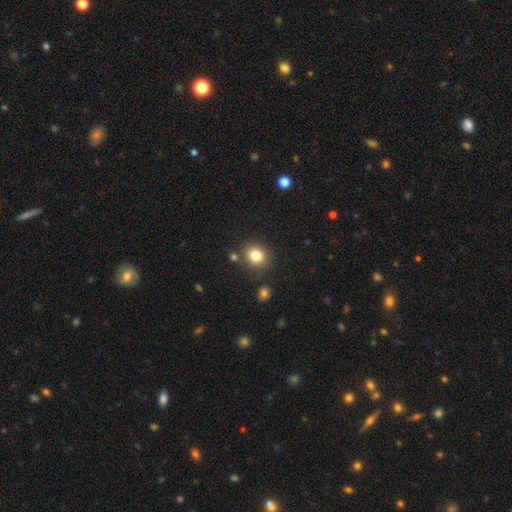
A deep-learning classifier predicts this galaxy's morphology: A smooth galaxy with no disk features (82%) that is round (77%).

Vote fractions:
- Smooth or featured? smooth: 82% / star or artifact: 11% / featured or disk: 7%
- How rounded? round: 77% / in between: 22% / cigar-shaped: 1%
- Merging? none: 81% / minor disturbance: 10% / merger: 6% / major disturbance: 3%